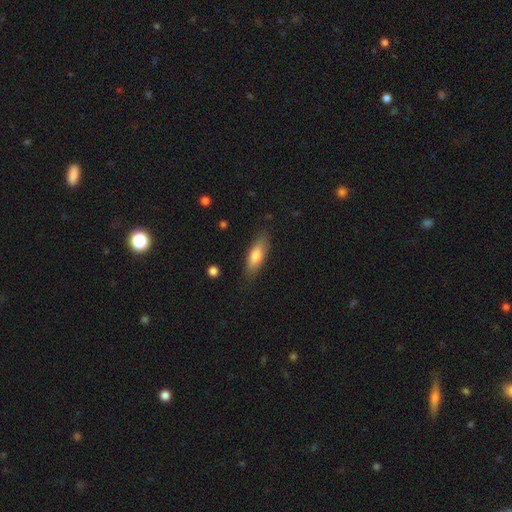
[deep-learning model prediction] This is likely a smooth galaxy (76%). How rounded: possibly in between (60%). Merging: clearly none (83%).